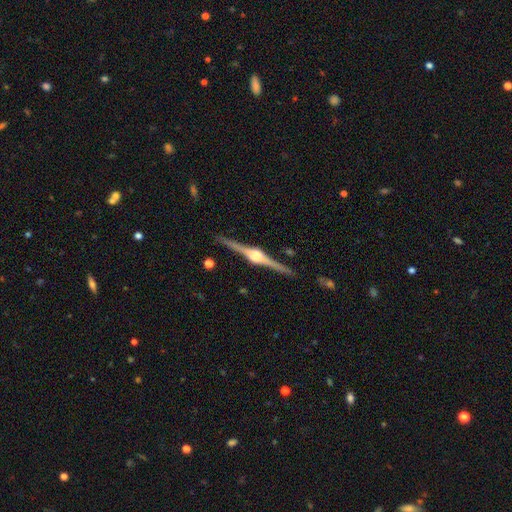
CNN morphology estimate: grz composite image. It shows a featured or disk galaxy (90%) viewed edge-on (99%) with a rounded central bulge (92%). Merging: none (91%).